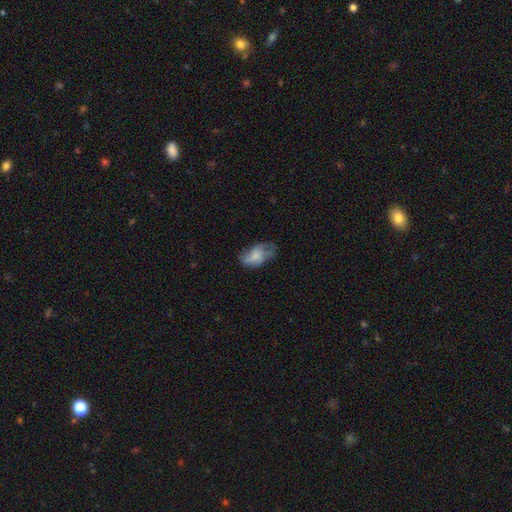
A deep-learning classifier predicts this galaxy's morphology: A smooth galaxy with no disk features (54%) that is in between round and cigar-shaped (91%).

Vote fractions:
- Smooth or featured? smooth: 54% / featured or disk: 38% / star or artifact: 8%
- How rounded? in between: 91% / round: 7% / cigar-shaped: 3%
- Merging? none: 44% / minor disturbance: 31% / major disturbance: 23% / merger: 2%